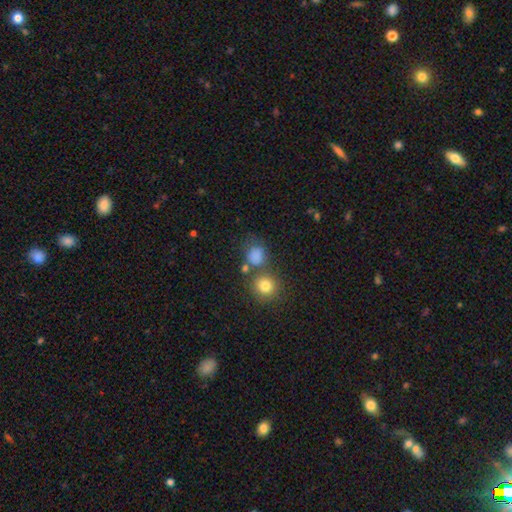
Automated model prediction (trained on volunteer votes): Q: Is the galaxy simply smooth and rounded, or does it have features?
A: smooth — 80%.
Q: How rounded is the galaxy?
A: round — 72%.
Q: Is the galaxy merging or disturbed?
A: none — 58%.